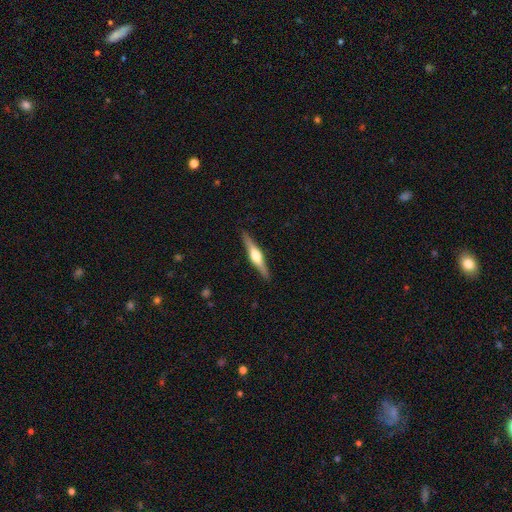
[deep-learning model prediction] This appears to be a featured or disk galaxy (72%) viewed edge-on (98%) with a rounded central bulge (93%). Merging: none (91%).